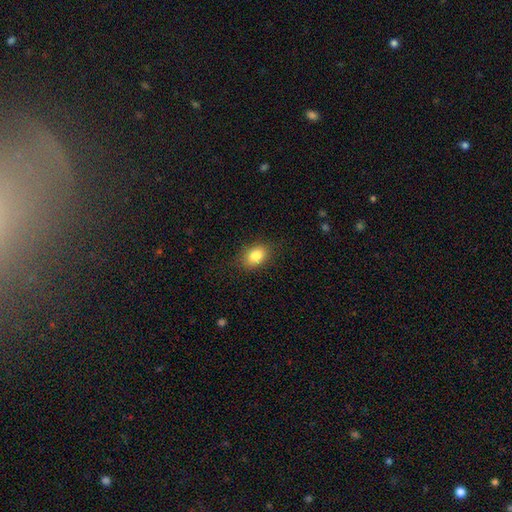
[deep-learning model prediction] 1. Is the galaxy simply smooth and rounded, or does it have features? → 84% smooth, 9% star or artifact, 7% featured or disk.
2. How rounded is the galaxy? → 75% in between, 24% round, 1% cigar-shaped.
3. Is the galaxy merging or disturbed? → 85% none, 11% minor disturbance, 3% major disturbance, 1% merger.